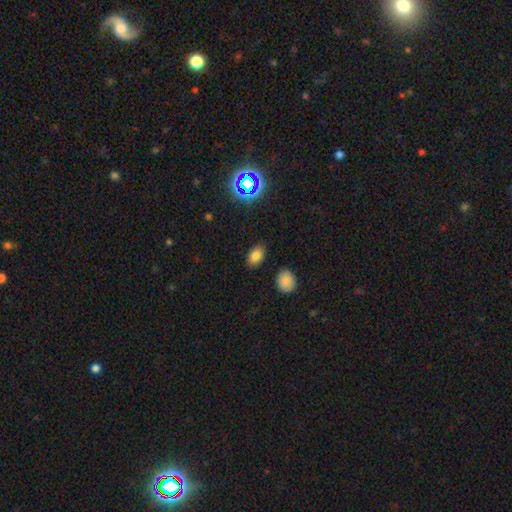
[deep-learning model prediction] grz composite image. It shows a smooth galaxy with no disk features (80%) that is in between round and cigar-shaped (87%). Merging: none (86%).